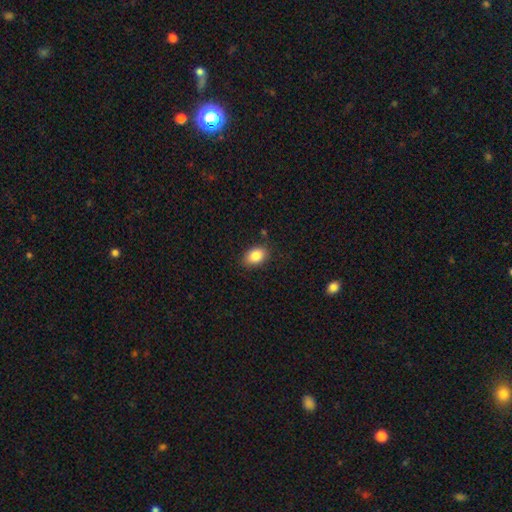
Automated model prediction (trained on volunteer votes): smooth-or-featured: smooth: 85% | star or artifact: 8% | featured or disk: 7%
  how-rounded: in between: 84% | round: 15% | cigar-shaped: 1%
  merging: none: 84% | minor disturbance: 12% | major disturbance: 3% | merger: 1%